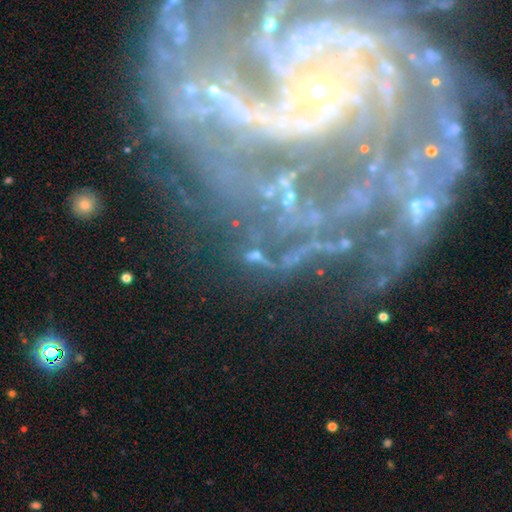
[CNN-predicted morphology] Smooth or featured? featured or disk (61%)
Edge-on disk? no (92%)
Bar? no (44%)
Spiral arms? yes (79%)
Bulge size? small (52%)
Merging? none (60%)